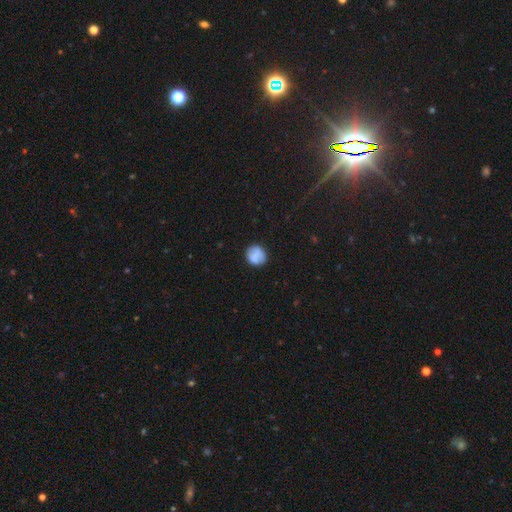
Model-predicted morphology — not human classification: Q: Smooth or featured?
A: smooth (77%); runner-up: featured or disk (15%)
Q: How rounded?
A: round (82%); runner-up: in between (17%)
Q: Merging?
A: none (79%); runner-up: minor disturbance (15%)